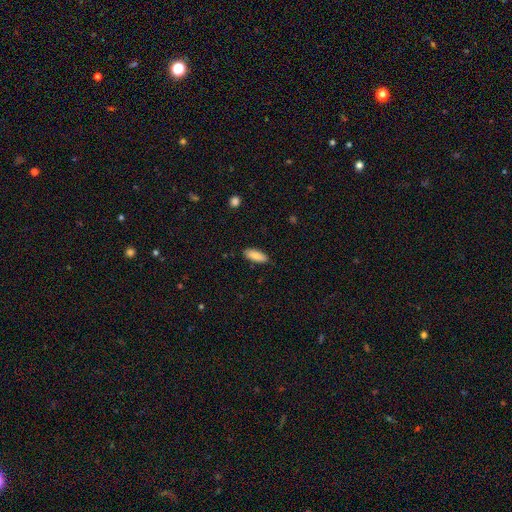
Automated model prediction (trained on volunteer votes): This appears to be a smooth galaxy with no disk features (84%) that is in between round and cigar-shaped (78%). Merging: none (85%).